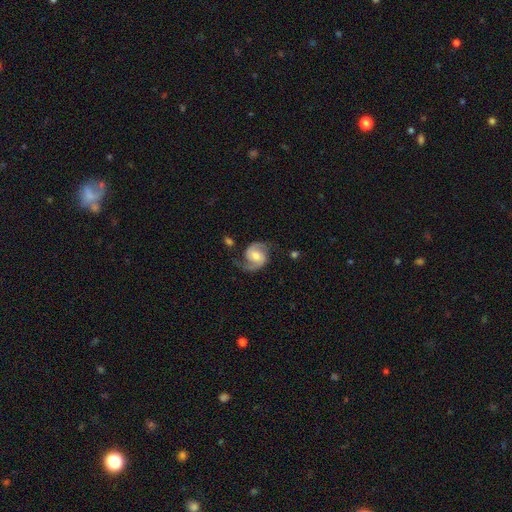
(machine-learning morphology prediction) Overall: featured or disk (88%). Edge-on disk: no (98%). Bar: no (56%; weak 35%). Spiral arms: yes (97%). Spiral arm count: 2 (92%). Spiral winding: medium (55%; tight 23%). Bulge size: moderate (68%). Merging: none (75%).